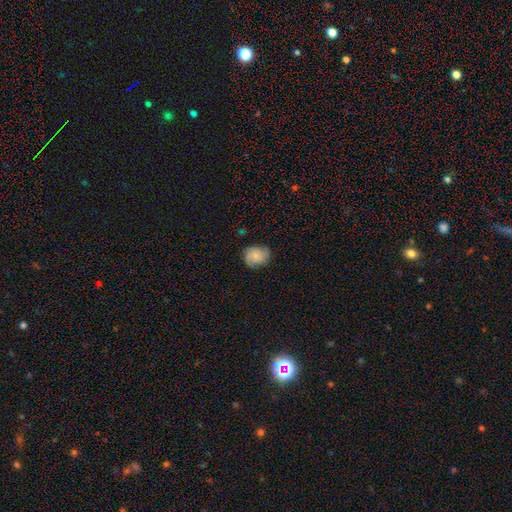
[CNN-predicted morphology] smooth-or-featured: smooth: 66% | featured or disk: 26% | star or artifact: 8%
  how-rounded: round: 61% | in between: 38% | cigar-shaped: 1%
  merging: none: 71% | minor disturbance: 23% | major disturbance: 5% | merger: 1%